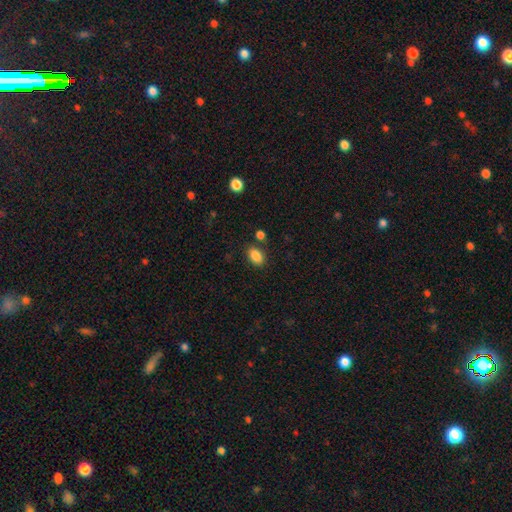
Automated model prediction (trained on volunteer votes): Smooth or featured? Predicted: smooth (p=0.87). How rounded? Predicted: in between (p=0.83). Merging? Predicted: none (p=0.81).